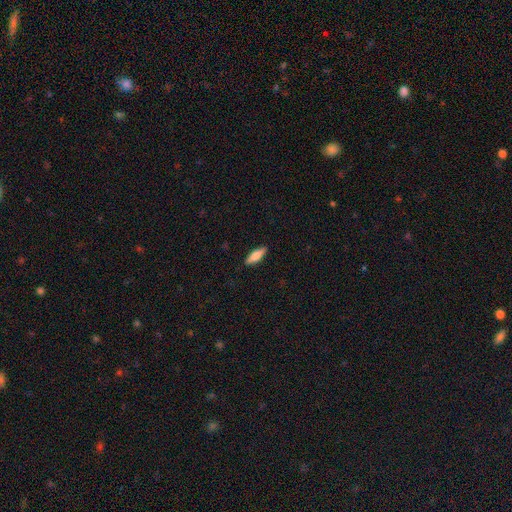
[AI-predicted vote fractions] A smooth galaxy with no disk features (73%) that is cigar-shaped (50%).

Vote fractions:
- Smooth or featured? smooth: 73% / featured or disk: 21% / star or artifact: 6%
- How rounded? cigar-shaped: 50% / in between: 48% / round: 2%
- Merging? none: 89% / minor disturbance: 8% / major disturbance: 2% / merger: 1%